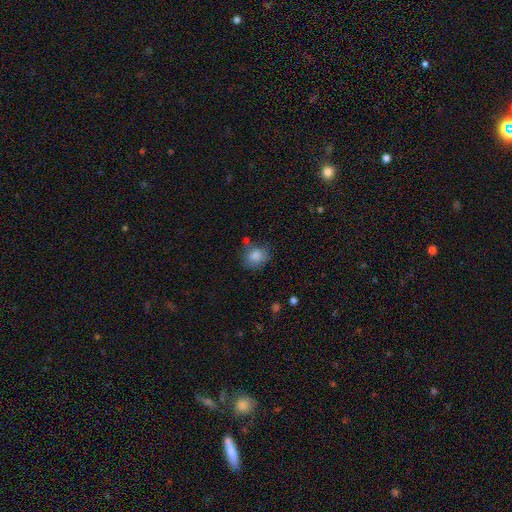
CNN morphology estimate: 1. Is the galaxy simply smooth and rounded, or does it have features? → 84% smooth, 9% star or artifact, 7% featured or disk.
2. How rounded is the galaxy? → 71% round, 28% in between, 1% cigar-shaped.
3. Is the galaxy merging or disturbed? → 61% none, 24% minor disturbance, 8% major disturbance, 8% merger.